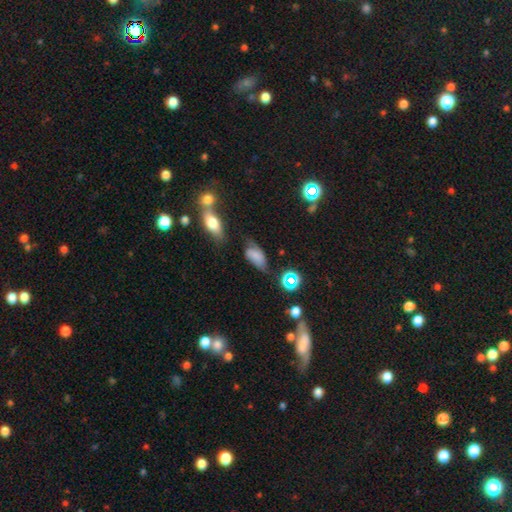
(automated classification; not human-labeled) A smooth galaxy with no disk features (63%) that is in between round and cigar-shaped (90%).

Vote fractions:
- Smooth or featured? smooth: 63% / featured or disk: 23% / star or artifact: 14%
- How rounded? in between: 90% / round: 6% / cigar-shaped: 5%
- Merging? none: 42% / minor disturbance: 34% / major disturbance: 16% / merger: 8%